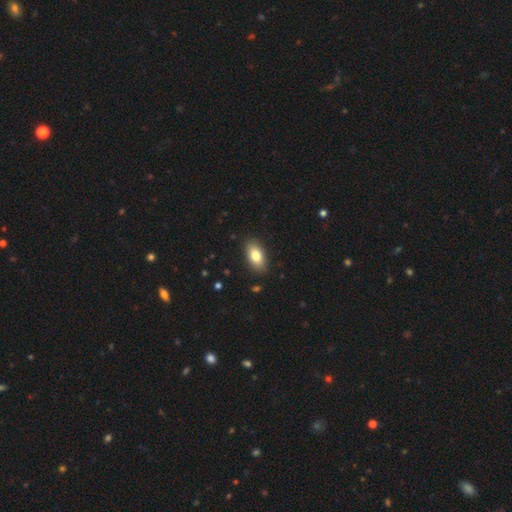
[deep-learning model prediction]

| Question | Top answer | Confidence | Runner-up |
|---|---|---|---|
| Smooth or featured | smooth | 82% | featured or disk (11%) |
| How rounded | in between | 91% | round (5%) |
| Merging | none | 87% | minor disturbance (10%) |